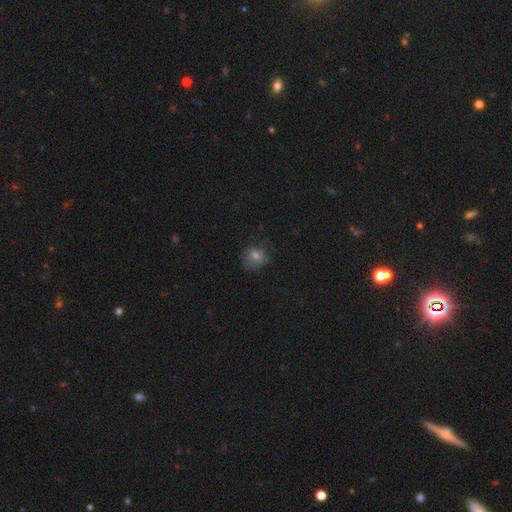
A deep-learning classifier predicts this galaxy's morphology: smooth 61%, featured or disk 24%, star or artifact 15%. Down the decision tree: how rounded — round (78%); merging — none (63%).